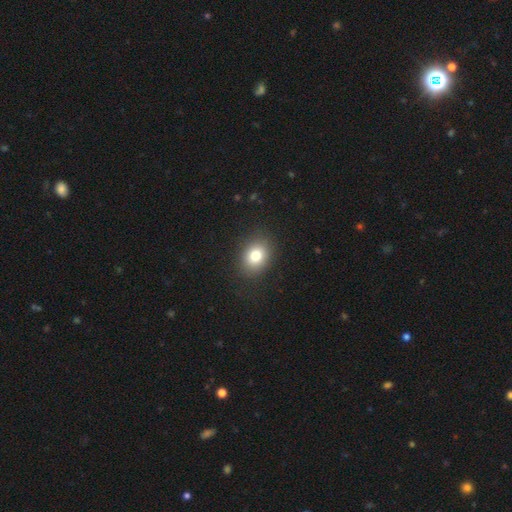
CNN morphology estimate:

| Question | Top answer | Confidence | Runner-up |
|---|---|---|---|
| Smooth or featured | smooth | 80% | star or artifact (11%) |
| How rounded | in between | 54% | round (45%) |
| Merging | none | 88% | minor disturbance (8%) |